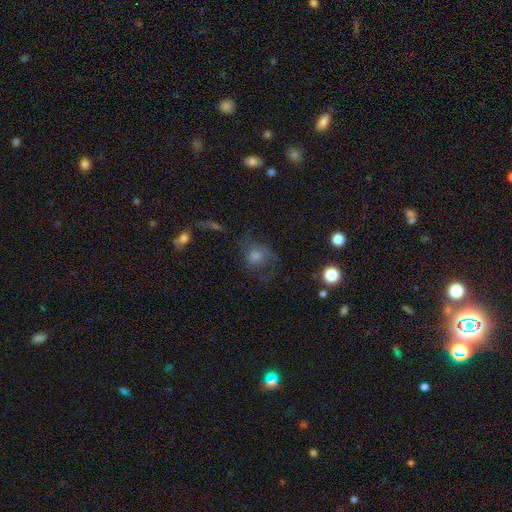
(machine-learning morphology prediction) The model was most divided on "smooth or featured": featured or disk: 48%, smooth: 33%, star or artifact: 18%. Remaining: merging — none (47%).